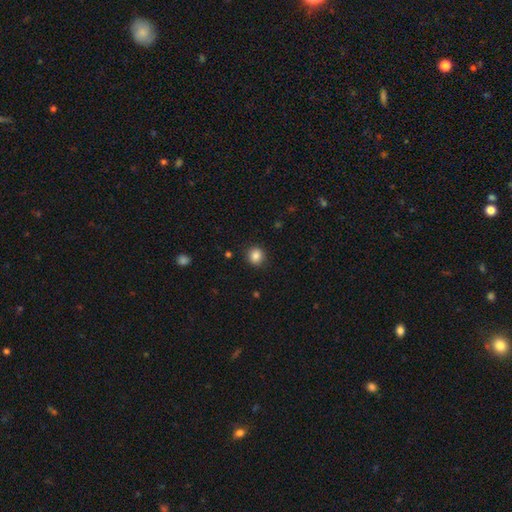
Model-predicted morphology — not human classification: Q: Smooth or featured?
A: smooth (86%); runner-up: star or artifact (10%)
Q: How rounded?
A: round (87%); runner-up: in between (12%)
Q: Merging?
A: none (90%); runner-up: minor disturbance (7%)